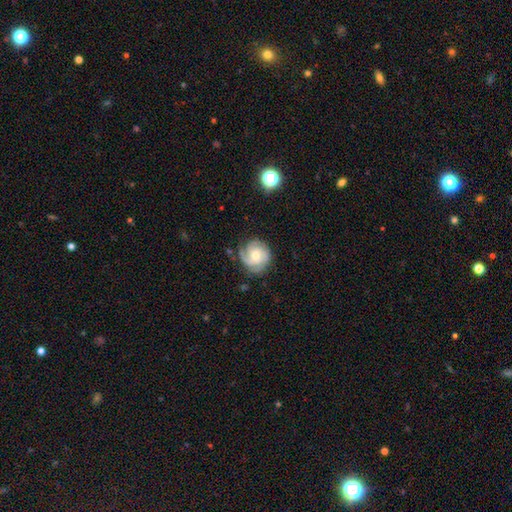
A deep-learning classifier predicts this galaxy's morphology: Smooth or featured? featured or disk (80%)
Edge-on disk? no (98%)
Bar? no (73%)
Spiral arms? yes (96%)
Spiral winding? tight (64%)
Spiral arm count? 3 (46%)
Bulge size? moderate (50%)
Merging? none (74%)